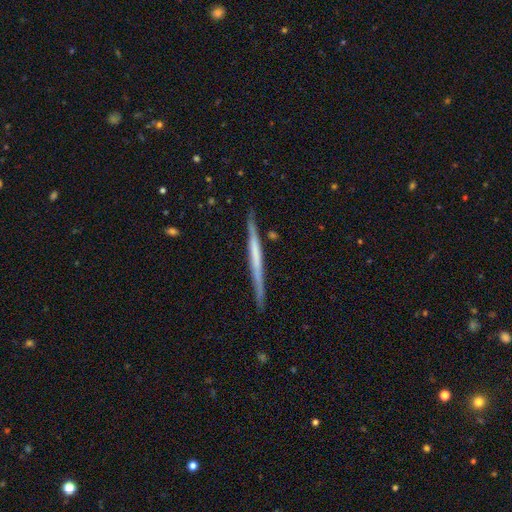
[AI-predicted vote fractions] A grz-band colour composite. It shows a featured or disk galaxy (60%) viewed edge-on (97%) with no central bulge (83%). Merging: none (88%).